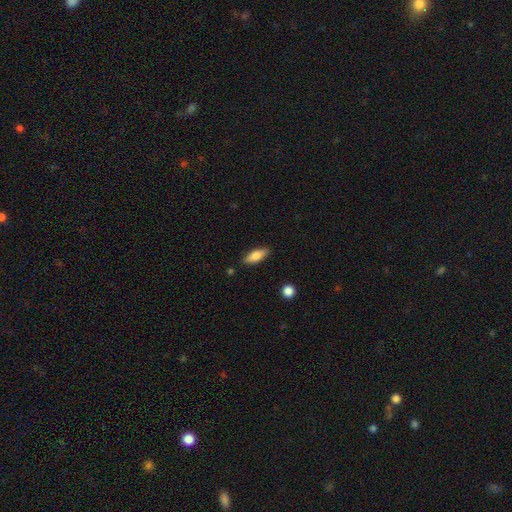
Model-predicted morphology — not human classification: Smooth or featured?
  - smooth: 78% *
  - featured or disk: 16%
  - star or artifact: 7%
How rounded?
  - in between: 73% *
  - cigar-shaped: 25%
  - round: 2%
Merging?
  - none: 86% *
  - minor disturbance: 11%
  - major disturbance: 2%
  - merger: 2%